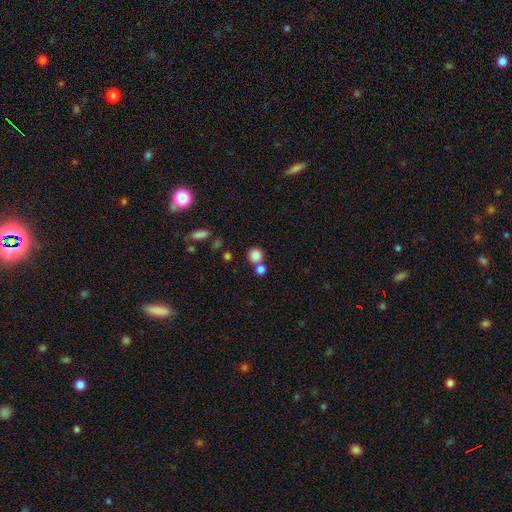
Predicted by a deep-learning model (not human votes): A smooth galaxy with no disk features (84%) that is round (89%). Merging: none (59%).